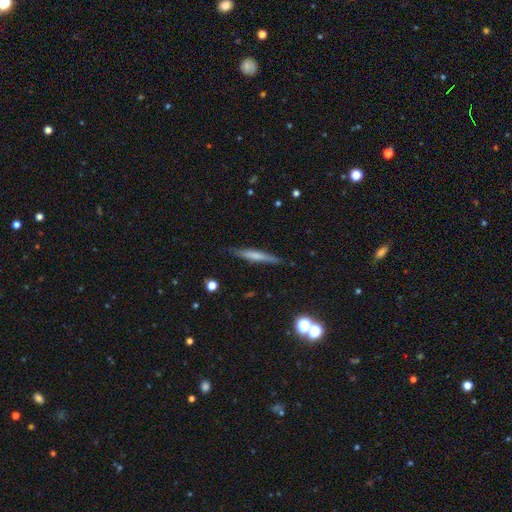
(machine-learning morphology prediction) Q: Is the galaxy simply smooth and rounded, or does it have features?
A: smooth — 54%.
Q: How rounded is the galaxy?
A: cigar-shaped — 94%.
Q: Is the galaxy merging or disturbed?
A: none — 87%.